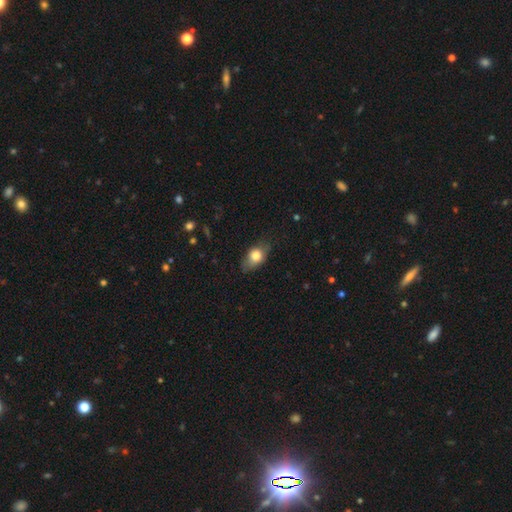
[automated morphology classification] Smooth or featured? Predicted: smooth (p=0.77). How rounded? Predicted: in between (p=0.78). Merging? Predicted: none (p=0.68).